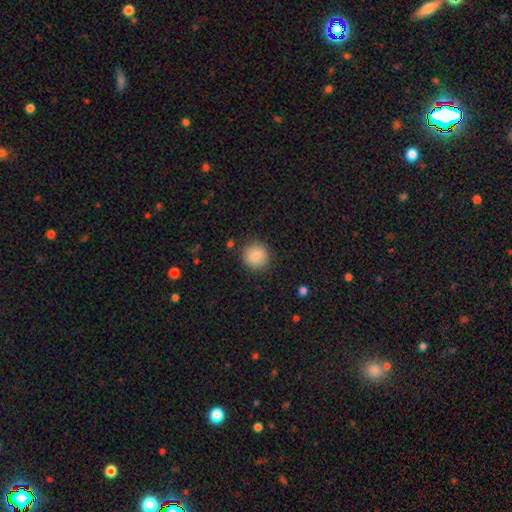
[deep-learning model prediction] This appears to be a smooth galaxy with no disk features (87%) that is round (90%). Merging: none (87%).